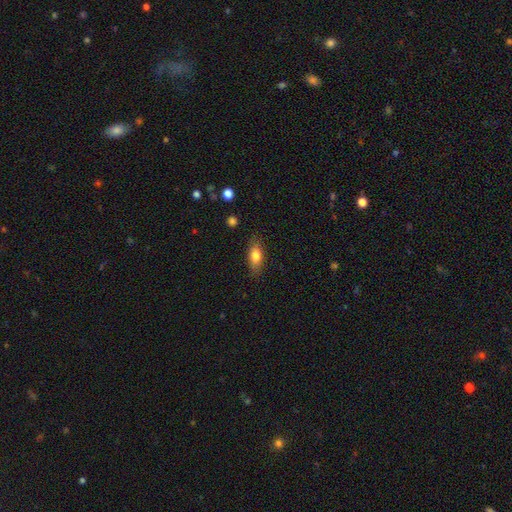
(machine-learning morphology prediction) The model was most divided on "how rounded": in between: 79%, cigar-shaped: 17%, round: 5%. More confident: merging — none (81%); smooth or featured — smooth (78%).